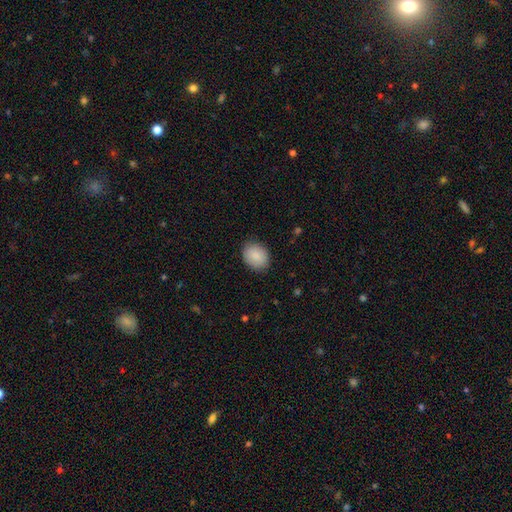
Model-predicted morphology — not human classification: The model was most divided on "how rounded": in between: 56%, round: 43%, cigar-shaped: 1%. More confident: smooth or featured — smooth (88%); merging — none (85%).